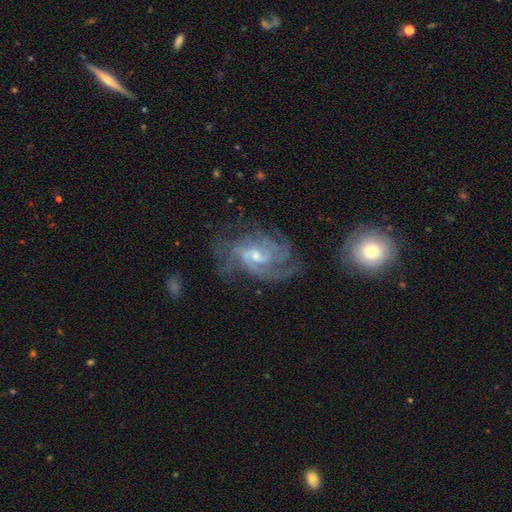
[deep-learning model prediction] smooth_or_featured: featured or disk (p=0.86) [alt: smooth p=0.07]
disk_edge_on: no (p=0.97) [alt: yes p=0.03]
bar: weak (p=0.48) [alt: no p=0.42]
has_spiral_arms: yes (p=0.96) [alt: no p=0.04]
spiral_winding: tight (p=0.49) [alt: medium p=0.39]
spiral_arm_count: can't tell (p=0.28) [alt: 3 p=0.25]
bulge_size: small (p=0.50) [alt: moderate p=0.44]
merging: none (p=0.61) [alt: minor disturbance p=0.20]